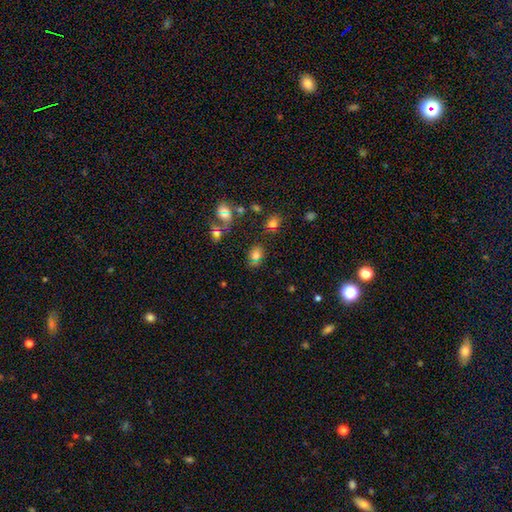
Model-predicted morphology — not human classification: Q: Smooth or featured?
A: smooth (67%); runner-up: star or artifact (24%)
Q: How rounded?
A: in between (58%); runner-up: round (40%)
Q: Merging?
A: none (64%); runner-up: minor disturbance (15%)